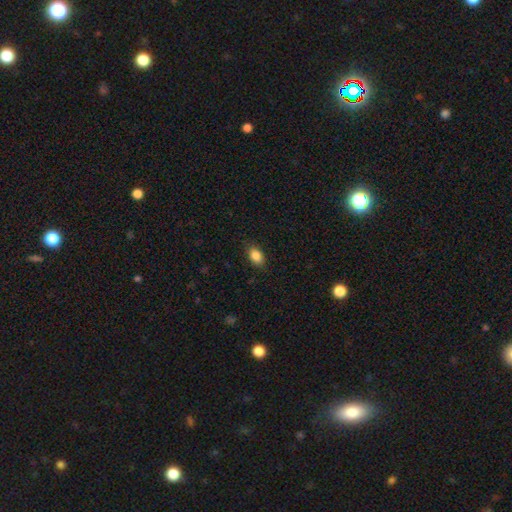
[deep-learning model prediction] Smooth or featured? smooth (86%)
How rounded? in between (86%)
Merging? none (85%)